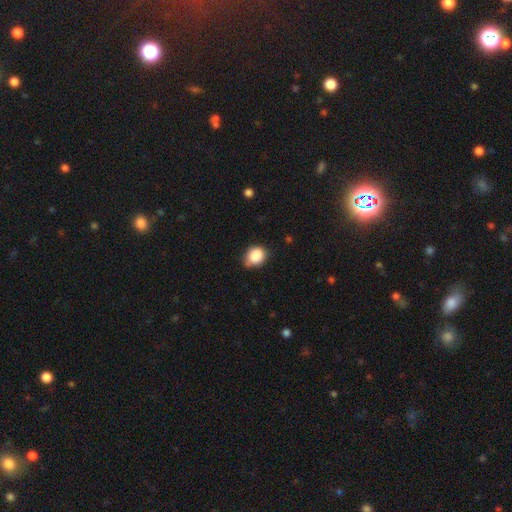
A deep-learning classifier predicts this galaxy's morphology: smooth 87%, star or artifact 9%, featured or disk 4%. Down the decision tree: how rounded — round (67%); merging — none (65%).